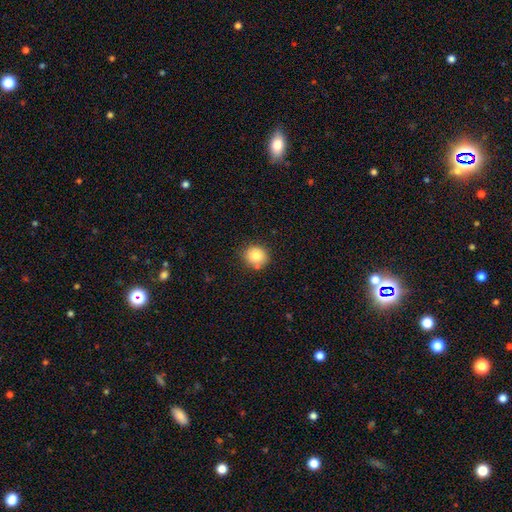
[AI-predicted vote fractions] Smooth or featured: smooth — 82% (star or artifact — 10%)
How rounded: round — 82% (in between — 17%)
Merging: none — 79% (minor disturbance — 13%)